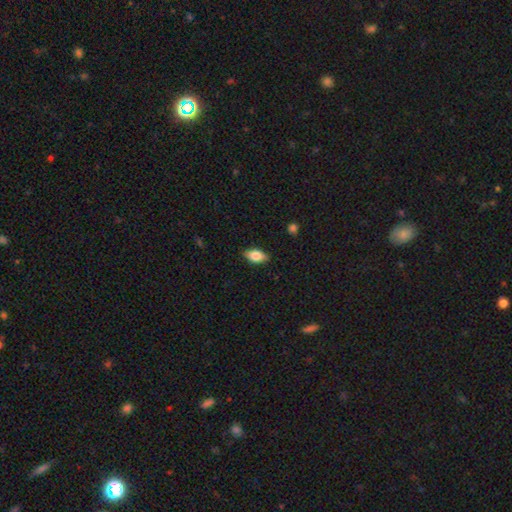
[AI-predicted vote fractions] Smooth or featured?
  - smooth: 75% *
  - featured or disk: 18%
  - star or artifact: 7%
How rounded?
  - in between: 89% *
  - cigar-shaped: 6%
  - round: 6%
Merging?
  - none: 85% *
  - minor disturbance: 12%
  - major disturbance: 2%
  - merger: 1%